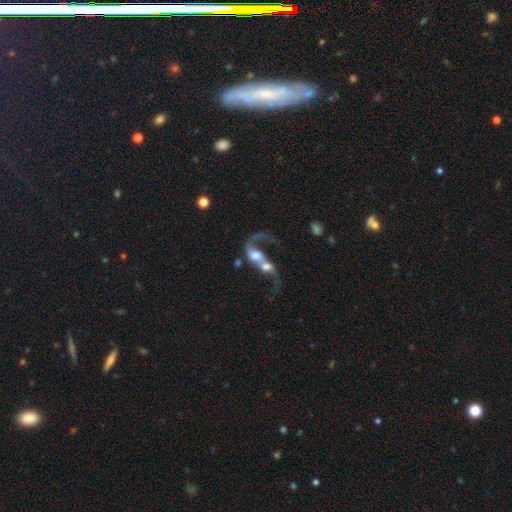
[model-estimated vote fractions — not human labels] featured or disk 60%, smooth 32%, star or artifact 9%. Down the decision tree: edge-on disk — no (95%); bar — no (66%); spiral arms — yes (70%); bulge size — moderate (37%, tied with large); merging — merger (81%).